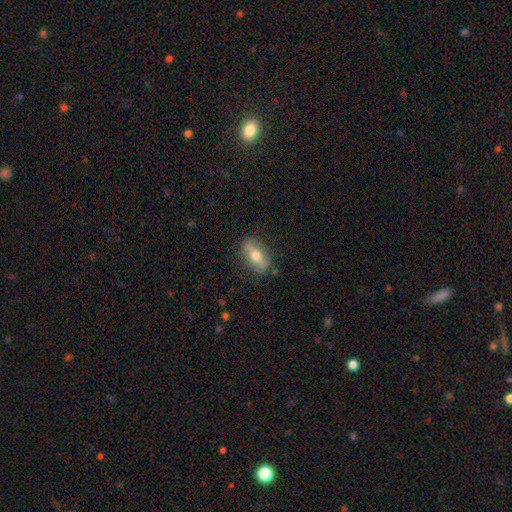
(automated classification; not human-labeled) smooth_or_featured: smooth (p=0.51) [alt: featured or disk p=0.43]
how_rounded: in between (p=0.81) [alt: round p=0.10]
merging: none (p=0.82) [alt: minor disturbance p=0.13]